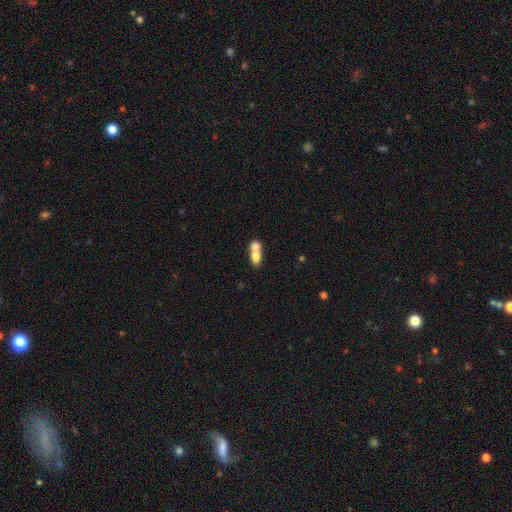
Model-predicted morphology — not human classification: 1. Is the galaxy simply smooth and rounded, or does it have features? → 73% smooth, 19% featured or disk, 8% star or artifact.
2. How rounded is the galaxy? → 71% in between, 24% round, 5% cigar-shaped.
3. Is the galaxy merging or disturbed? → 72% merger, 19% none, 5% minor disturbance, 3% major disturbance.